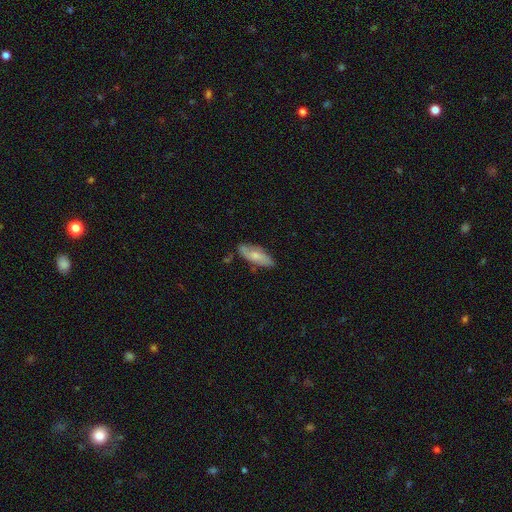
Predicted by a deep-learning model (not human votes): Overall: smooth (59%; featured or disk 35%). How rounded: in between (74%). Merging: none (75%).